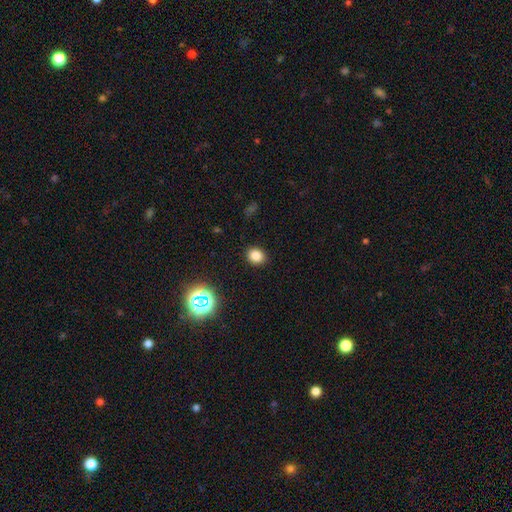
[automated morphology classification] The model was most divided on "how rounded": round: 64%, in between: 35%, cigar-shaped: 1%. More confident: merging — none (90%); smooth or featured — smooth (80%).